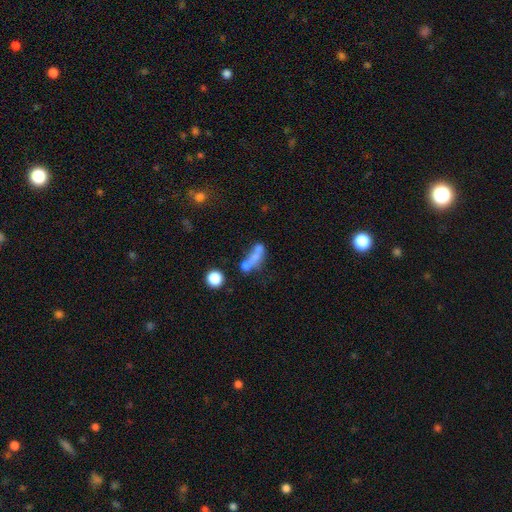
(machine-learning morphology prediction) Smooth or featured? Predicted: smooth (p=0.54). How rounded? Predicted: in between (p=0.57). Merging? Predicted: merger (p=0.45).